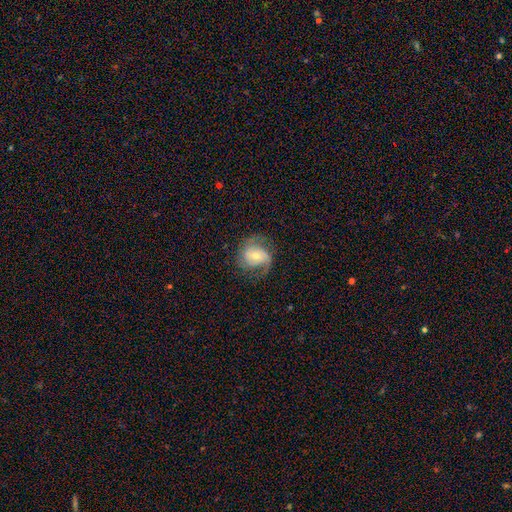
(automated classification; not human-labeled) A featured or disk galaxy (73%) with no bar (52%), 2 (67%) medium (45%) spiral arms (92%) and a small central bulge (48%).

Vote fractions:
- Smooth or featured? featured or disk: 73% / smooth: 20% / star or artifact: 7%
- Edge-on disk? no: 97% / yes: 3%
- Bar? no: 52% / weak: 36% / strong: 12%
- Spiral arms? yes: 92% / no: 8%
- Spiral winding? medium: 45% / loose: 30% / tight: 25%
- Spiral arm count? 2: 67% / 1: 13% / can't tell: 11% / 3: 6% / 4: 2% / more than 4: 2%
- Bulge size? small: 48% / moderate: 46% / large: 4% / none: 2% / dominant: 1%
- Merging? none: 65% / minor disturbance: 19% / major disturbance: 14% / merger: 1%